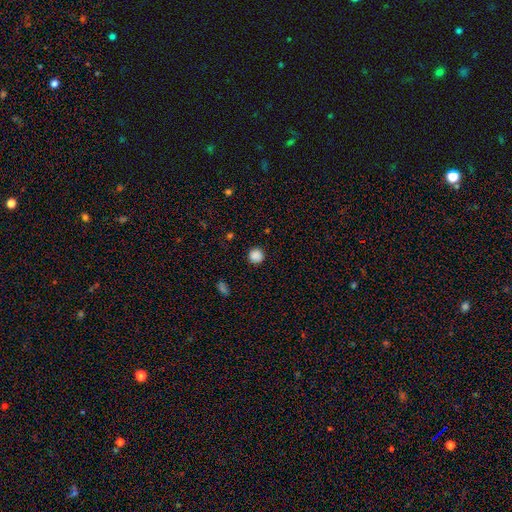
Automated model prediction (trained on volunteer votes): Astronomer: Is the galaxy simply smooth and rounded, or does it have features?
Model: smooth — 87%.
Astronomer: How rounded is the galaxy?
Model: round — 94%.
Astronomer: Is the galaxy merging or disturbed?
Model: none — 91%.